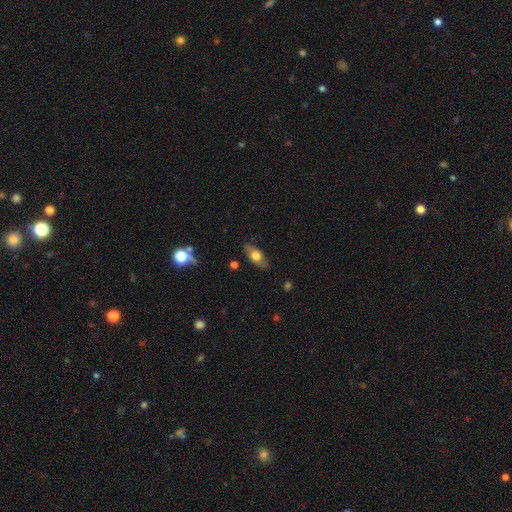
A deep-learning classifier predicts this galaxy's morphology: type=smooth (59%); roundness=in between (82%); merging=none (80%).